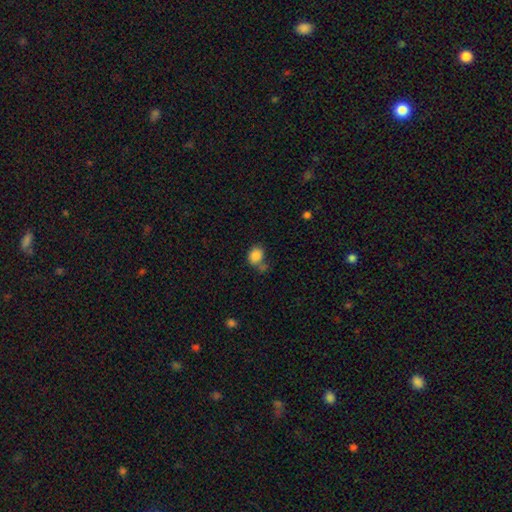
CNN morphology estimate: type=smooth (85%); roundness=round (52%); merging=none (52%).